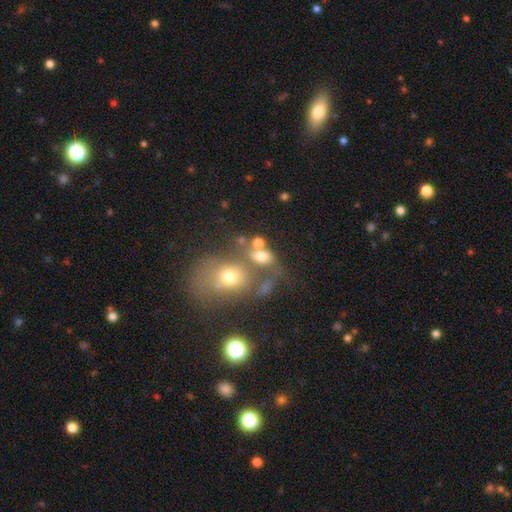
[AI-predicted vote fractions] Smooth or featured? smooth (59%)
How rounded? in between (56%)
Merging? merger (48%)